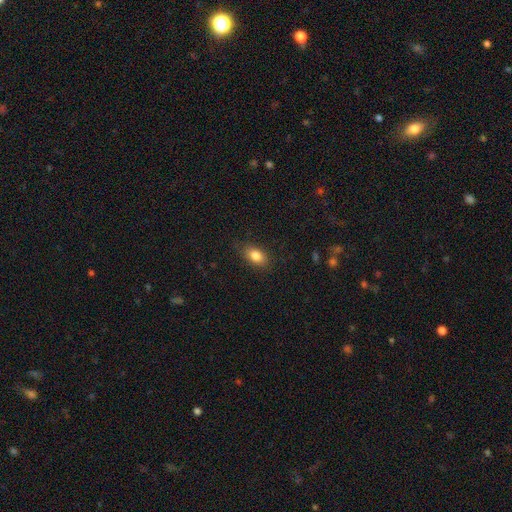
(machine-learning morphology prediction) Smooth or featured? Predicted: smooth (p=0.84). How rounded? Predicted: in between (p=0.85). Merging? Predicted: none (p=0.83).